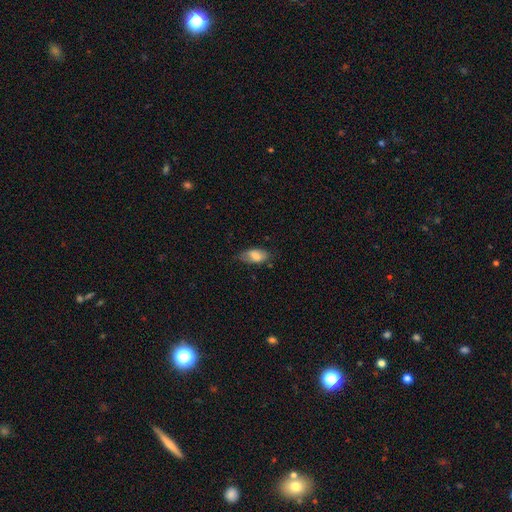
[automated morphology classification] This appears to be a smooth galaxy with no disk features (77%) that is in between round and cigar-shaped (89%). Merging: none (62%).